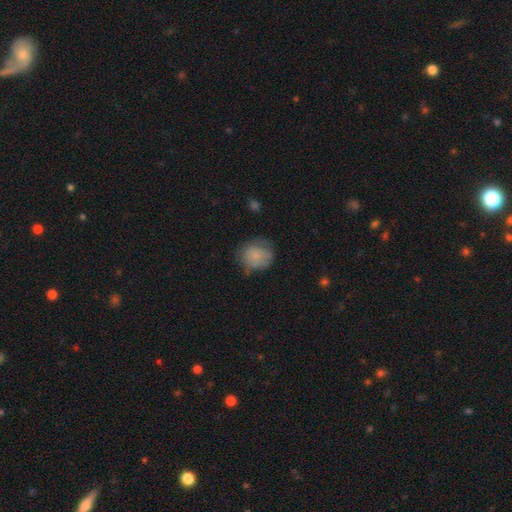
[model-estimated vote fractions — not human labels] smooth-or-featured: smooth: 76% | featured or disk: 15% | star or artifact: 8%
  how-rounded: round: 80% | in between: 19% | cigar-shaped: 1%
  merging: none: 56% | minor disturbance: 30% | major disturbance: 12% | merger: 2%